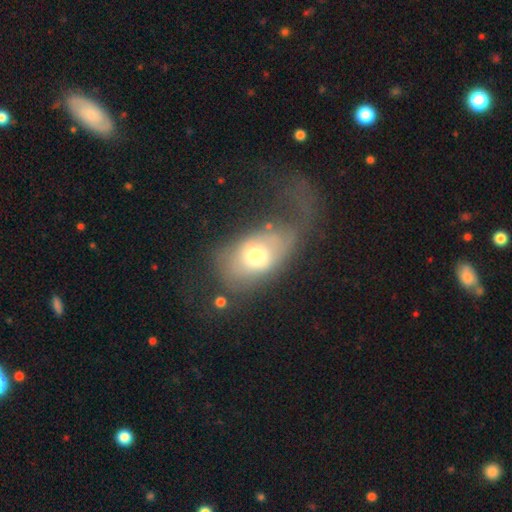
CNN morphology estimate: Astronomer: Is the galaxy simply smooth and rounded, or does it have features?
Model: smooth — 59%.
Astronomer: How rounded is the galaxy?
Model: in between — 83%.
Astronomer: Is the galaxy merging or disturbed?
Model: major disturbance — 52%.